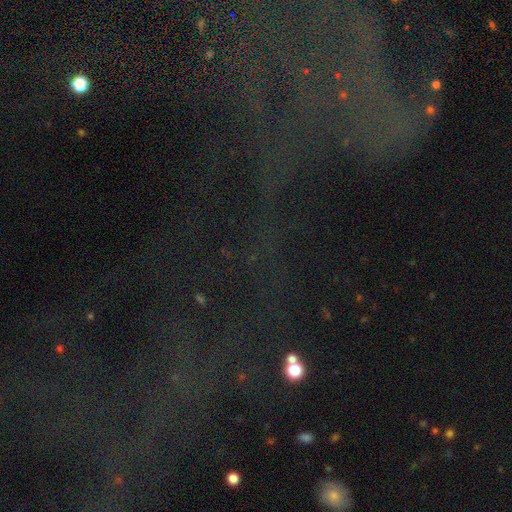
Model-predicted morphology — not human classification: star or artifact 70%, featured or disk 17%, smooth 14%.